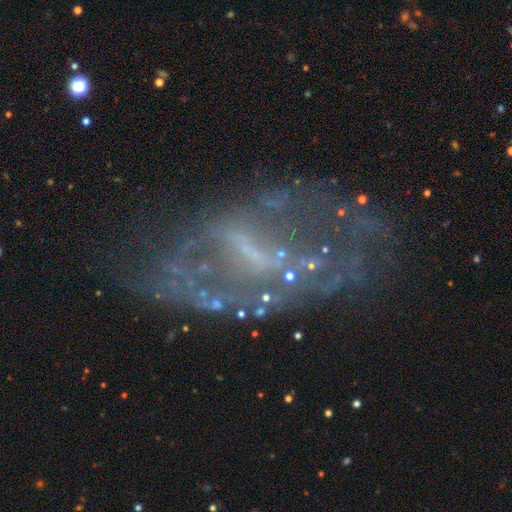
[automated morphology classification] Smooth or featured: featured or disk — 71% (star or artifact — 16%)
Edge-on disk: no — 93% (yes — 7%)
Bar: weak — 37% (no — 36%)
Spiral arms: no — 57% (yes — 43%)
Bulge size: none — 56% (small — 29%)
Merging: none — 50% (major disturbance — 26%)